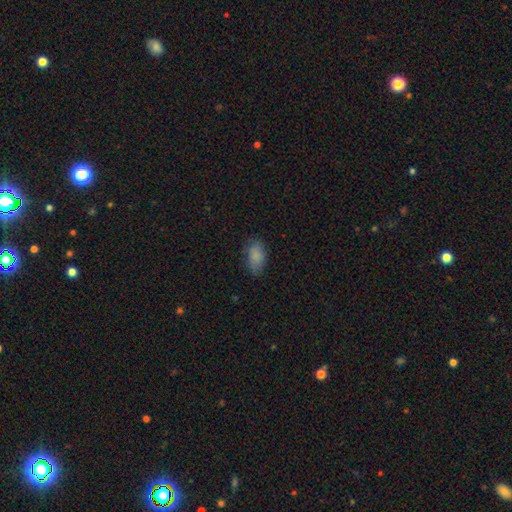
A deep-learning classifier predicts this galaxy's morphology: smooth_or_featured: smooth (p=0.86) [alt: star or artifact p=0.08]
how_rounded: in between (p=0.92) [alt: round p=0.05]
merging: none (p=0.76) [alt: minor disturbance p=0.19]